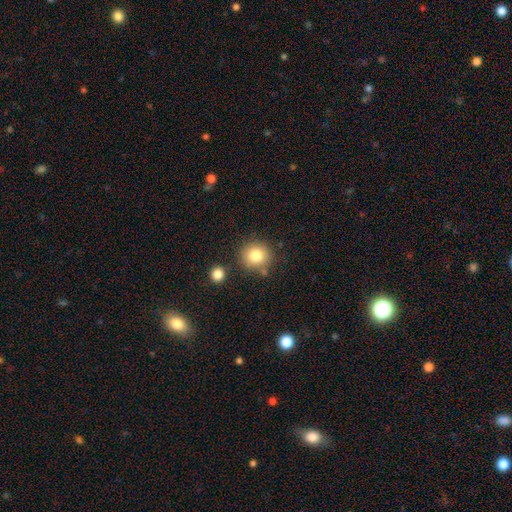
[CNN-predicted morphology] Smooth or featured? Predicted: smooth (p=0.81). How rounded? Predicted: round (p=0.90). Merging? Predicted: none (p=0.79).